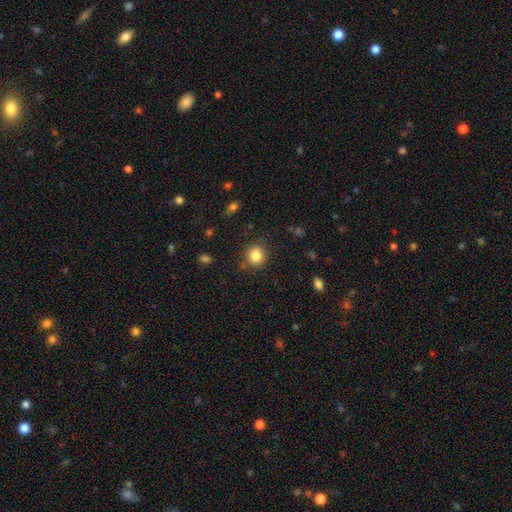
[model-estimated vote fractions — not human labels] A smooth galaxy with no disk features (84%) that is round (86%).

Vote fractions:
- Smooth or featured? smooth: 84% / star or artifact: 11% / featured or disk: 6%
- How rounded? round: 86% / in between: 13% / cigar-shaped: 1%
- Merging? none: 82% / minor disturbance: 11% / merger: 4% / major disturbance: 3%